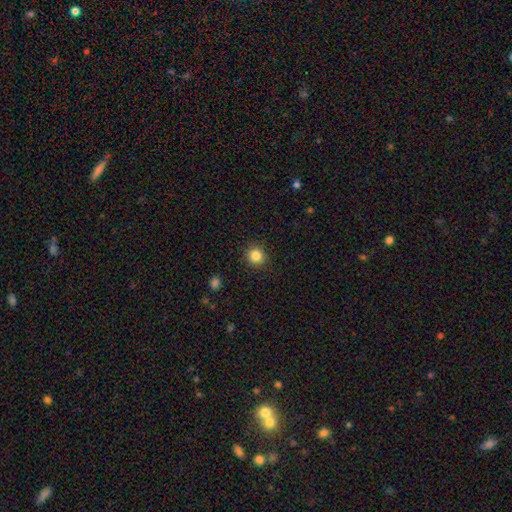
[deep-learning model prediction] smooth-or-featured: smooth: 84% | star or artifact: 11% | featured or disk: 5%
  how-rounded: round: 91% | in between: 8% | cigar-shaped: 1%
  merging: none: 90% | minor disturbance: 6% | major disturbance: 2% | merger: 1%